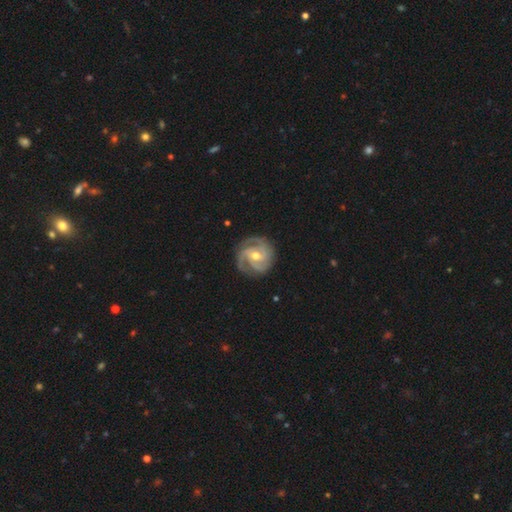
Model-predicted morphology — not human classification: A featured or disk galaxy (91%) with no bar (49%), 3 (60%) tight (61%) spiral arms (98%) and a moderate central bulge (69%). Merging: none (81%).